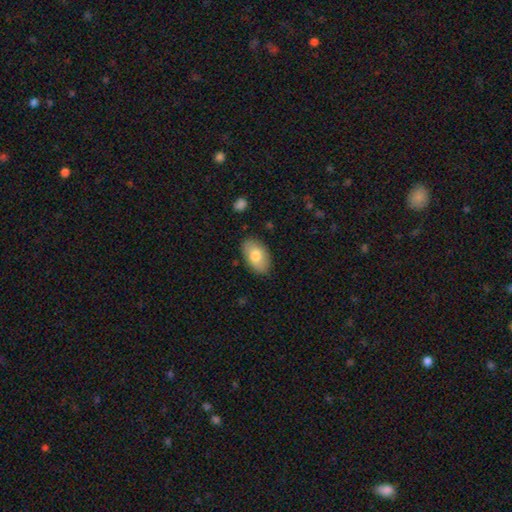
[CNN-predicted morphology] Smooth or featured: smooth — 75% (featured or disk — 19%)
How rounded: in between — 93% (round — 6%)
Merging: none — 83% (minor disturbance — 13%)